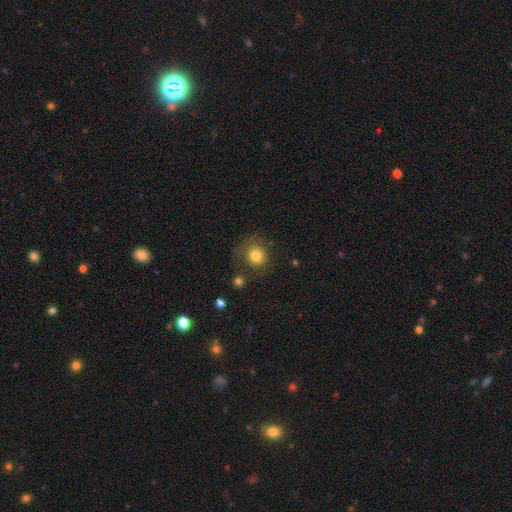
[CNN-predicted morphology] The model was most divided on "merging": none: 73%, minor disturbance: 15%, major disturbance: 7%, merger: 5%. More confident: how rounded — round (87%); smooth or featured — smooth (80%).